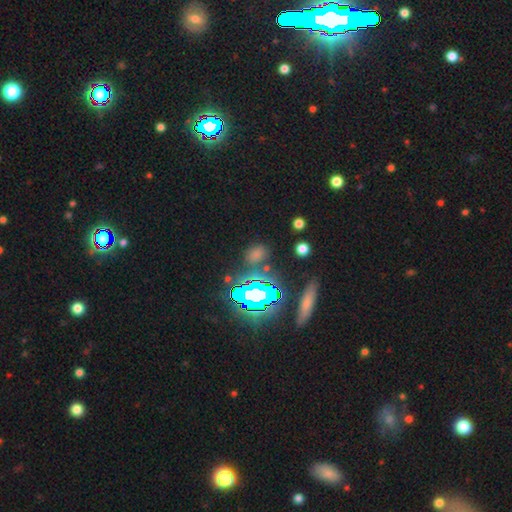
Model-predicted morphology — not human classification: This appears to be a smooth galaxy with no disk features (54%) that is in between round and cigar-shaped (49%). Merging: none (78%).